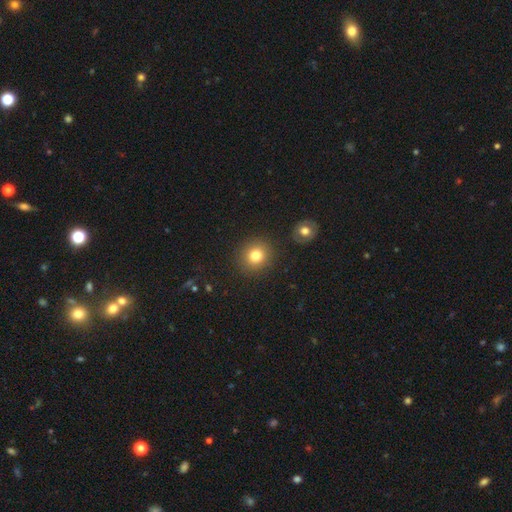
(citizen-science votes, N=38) Overall: smooth (82%). How rounded: round (87%). Merging: none (89%).